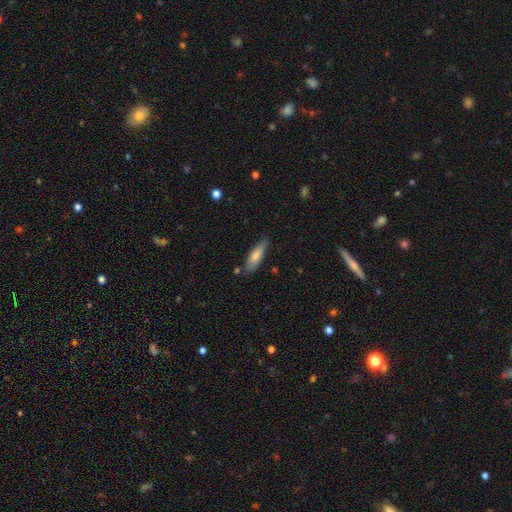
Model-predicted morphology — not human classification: Smooth or featured: smooth — 74% (featured or disk — 20%)
How rounded: cigar-shaped — 56% (in between — 42%)
Merging: none — 73% (minor disturbance — 20%)